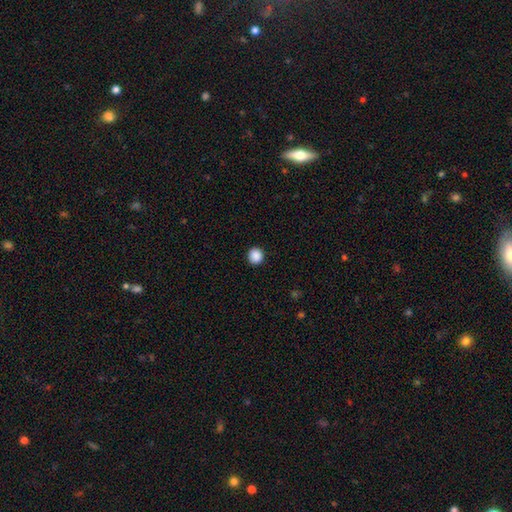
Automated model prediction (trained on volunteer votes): This is clearly a smooth galaxy (89%). How rounded: clearly round (93%). Merging: clearly none (93%).